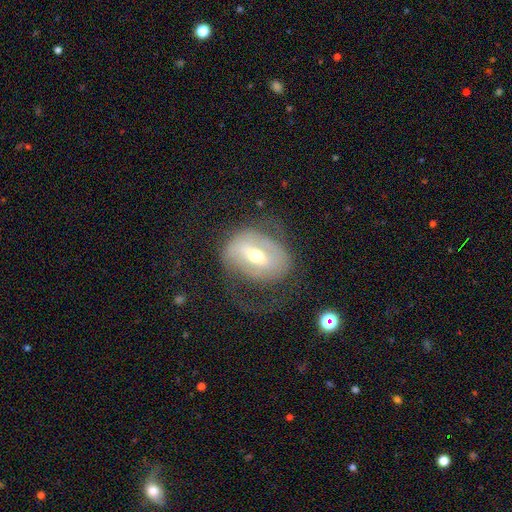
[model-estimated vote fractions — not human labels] smooth_or_featured: featured or disk (p=0.68) [alt: smooth p=0.25]
disk_edge_on: no (p=0.93) [alt: yes p=0.07]
bar: strong (p=0.46) [alt: weak p=0.36]
has_spiral_arms: yes (p=0.64) [alt: no p=0.36]
bulge_size: moderate (p=0.63) [alt: small p=0.30]
merging: none (p=0.45) [alt: major disturbance p=0.32]